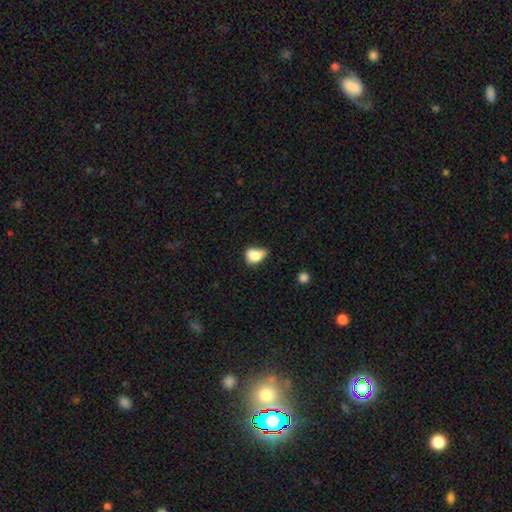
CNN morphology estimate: smooth_or_featured: smooth (p=0.79) [alt: featured or disk p=0.12]
how_rounded: in between (p=0.68) [alt: round p=0.30]
merging: minor disturbance (p=0.44) [alt: none p=0.30]